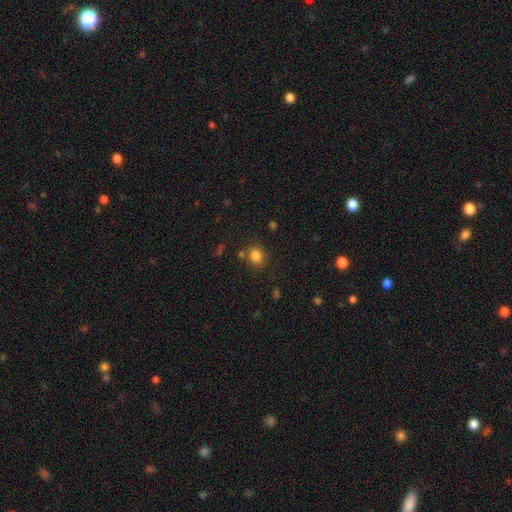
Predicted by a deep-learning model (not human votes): This appears to be a smooth galaxy with no disk features (83%) that is round (79%). Merging: none (78%).